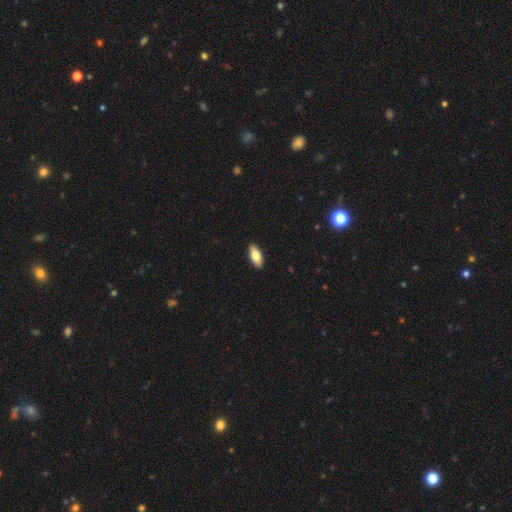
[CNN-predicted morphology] This appears to be a smooth galaxy with no disk features (76%) that is in between round and cigar-shaped (84%). Merging: none (91%).